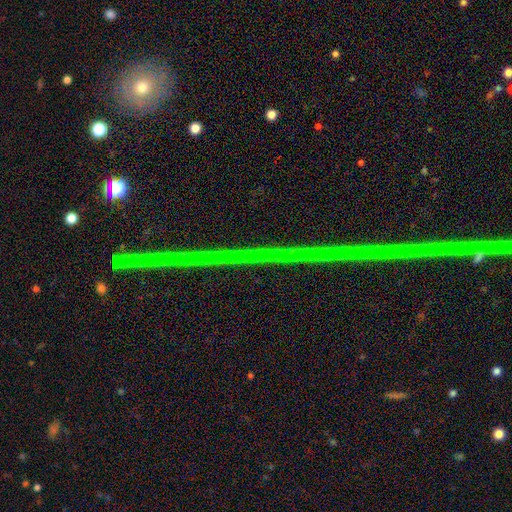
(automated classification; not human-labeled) Smooth or featured?
  - star or artifact: 86% *
  - featured or disk: 9%
  - smooth: 5%